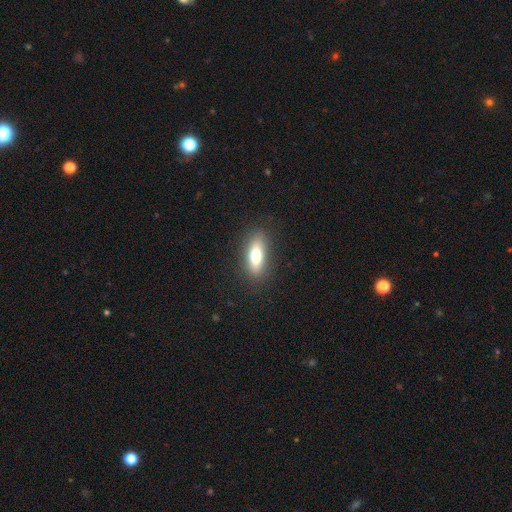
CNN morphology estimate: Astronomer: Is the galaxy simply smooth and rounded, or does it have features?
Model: smooth — 73%.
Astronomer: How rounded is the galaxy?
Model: in between — 66%.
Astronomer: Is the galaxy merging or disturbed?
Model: none — 86%.